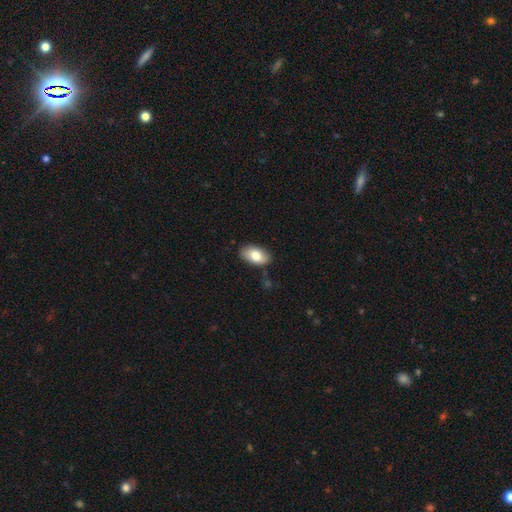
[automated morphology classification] A smooth galaxy with no disk features (79%) that is in between round and cigar-shaped (93%).

Vote fractions:
- Smooth or featured? smooth: 79% / featured or disk: 14% / star or artifact: 7%
- How rounded? in between: 93% / round: 6% / cigar-shaped: 2%
- Merging? none: 83% / minor disturbance: 13% / major disturbance: 2% / merger: 2%